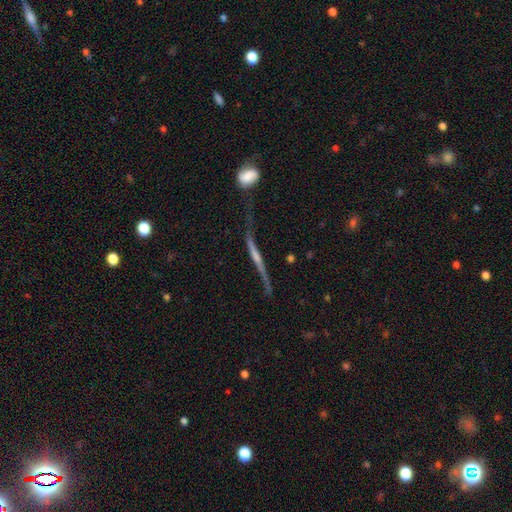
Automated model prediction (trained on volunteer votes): Smooth or featured?
  - featured or disk: 74% *
  - smooth: 16%
  - star or artifact: 9%
Edge-on disk?
  - yes: 72% *
  - no: 28%
Edge-on bulge?
  - none: 41% *
  - rounded: 39%
  - boxy: 20%
Merging?
  - none: 41% *
  - major disturbance: 28%
  - minor disturbance: 21%
  - merger: 11%